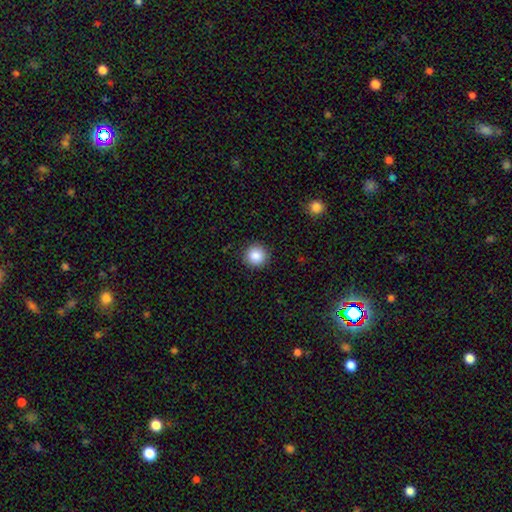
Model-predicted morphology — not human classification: Smooth or featured: smooth — 87% (star or artifact — 9%)
How rounded: round — 95% (in between — 4%)
Merging: none — 92% (minor disturbance — 5%)